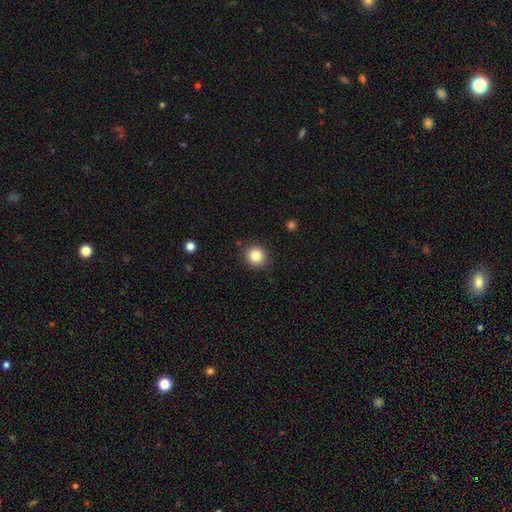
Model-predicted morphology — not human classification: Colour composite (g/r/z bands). It shows a smooth galaxy with no disk features (85%) that is round (91%). Merging: none (90%).